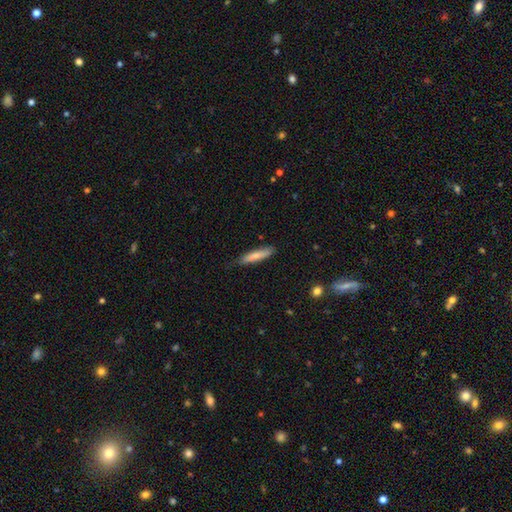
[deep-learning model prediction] The model was most divided on "smooth or featured": smooth: 76%, featured or disk: 18%, star or artifact: 6%. More confident: how rounded — cigar-shaped (87%); merging — none (78%).